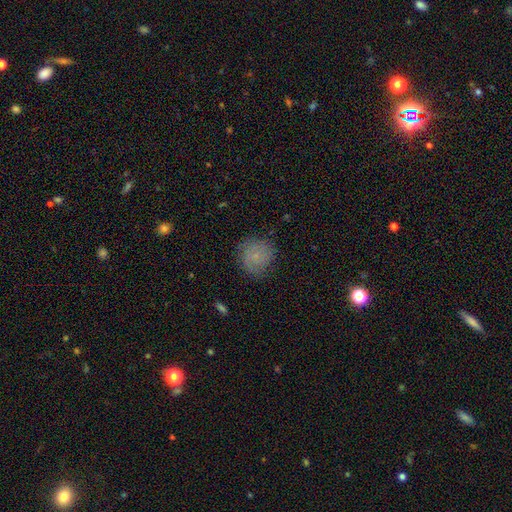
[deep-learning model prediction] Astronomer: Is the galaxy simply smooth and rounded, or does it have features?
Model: smooth — 56% (runner-up: featured or disk, 33%).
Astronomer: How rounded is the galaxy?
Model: round — 85%.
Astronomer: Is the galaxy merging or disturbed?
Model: none — 73%.